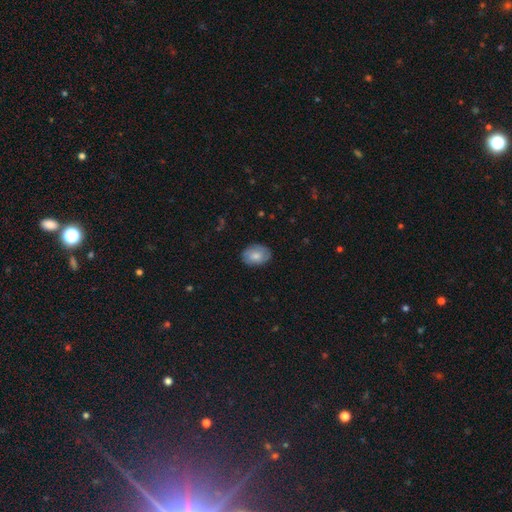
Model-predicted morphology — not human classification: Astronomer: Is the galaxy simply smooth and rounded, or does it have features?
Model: smooth — 74%.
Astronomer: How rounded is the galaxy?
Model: in between — 78%.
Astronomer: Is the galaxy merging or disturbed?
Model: none — 84%.